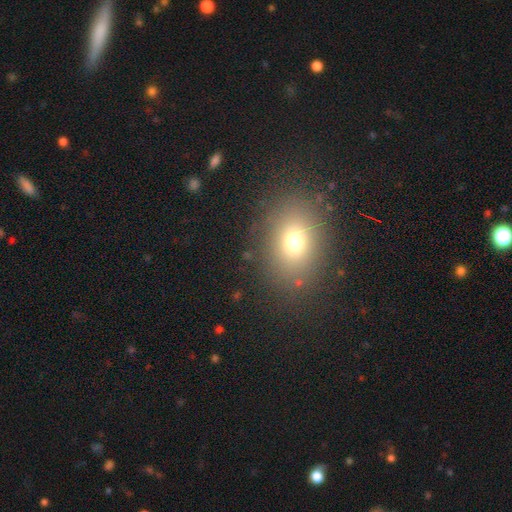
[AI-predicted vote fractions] smooth 68%, star or artifact 22%, featured or disk 10%. Down the decision tree: how rounded — in between (57%); merging — none (89%).